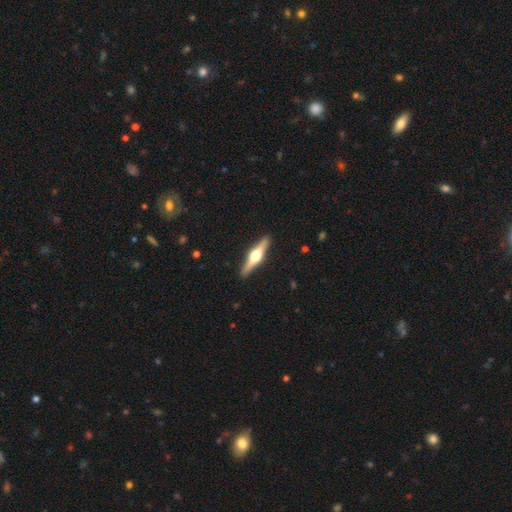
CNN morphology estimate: featured or disk 73%, smooth 22%, star or artifact 5%. Down the decision tree: edge-on disk — yes (98%); edge-on bulge — rounded (96%); merging — none (92%).